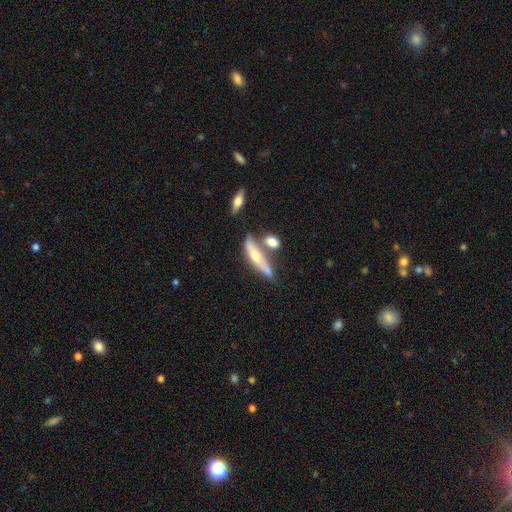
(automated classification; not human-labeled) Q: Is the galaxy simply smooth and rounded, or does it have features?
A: featured or disk — 61%.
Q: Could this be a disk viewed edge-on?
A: yes — 86%.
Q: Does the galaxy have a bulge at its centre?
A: rounded — 91%.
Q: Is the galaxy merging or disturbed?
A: none — 57%.